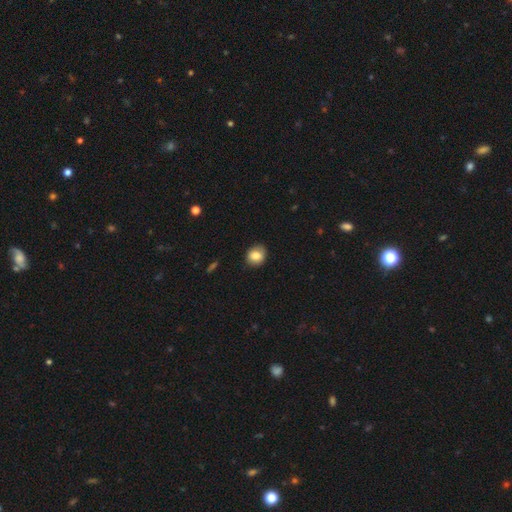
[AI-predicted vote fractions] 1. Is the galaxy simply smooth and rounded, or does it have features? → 82% smooth, 10% featured or disk, 8% star or artifact.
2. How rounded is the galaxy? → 67% round, 32% in between, 1% cigar-shaped.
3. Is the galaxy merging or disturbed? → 83% none, 13% minor disturbance, 3% major disturbance, 1% merger.